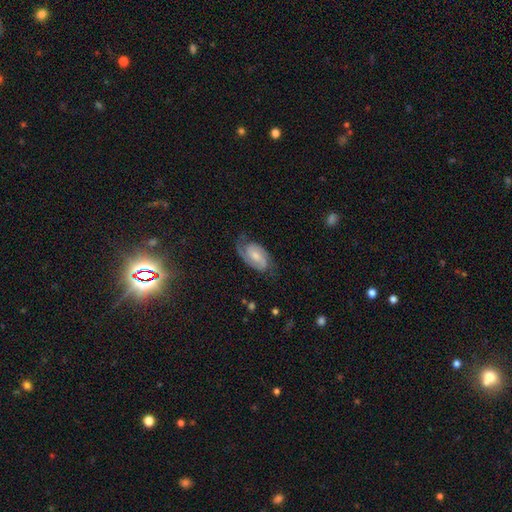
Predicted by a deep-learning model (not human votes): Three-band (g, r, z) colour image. It shows a featured or disk galaxy (82%) with a weak bar (45%), 2 (85%) tight (45%) spiral arms (97%) and a moderate central bulge (44%). Merging: none (72%).